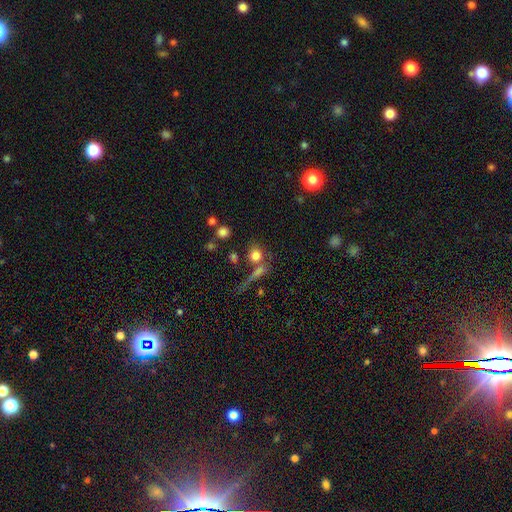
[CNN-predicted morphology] Q: Smooth or featured?
A: smooth (77%); runner-up: star or artifact (12%)
Q: How rounded?
A: round (79%); runner-up: in between (18%)
Q: Merging?
A: none (55%); runner-up: merger (26%)